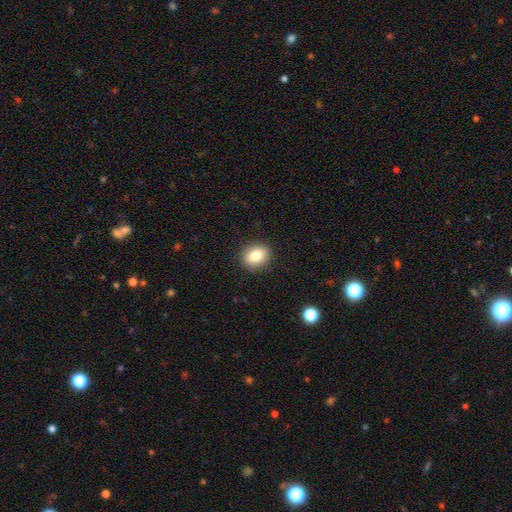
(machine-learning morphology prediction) smooth_or_featured: smooth (p=0.82) [alt: star or artifact p=0.09]
how_rounded: round (p=0.54) [alt: in between p=0.44]
merging: none (p=0.89) [alt: minor disturbance p=0.08]